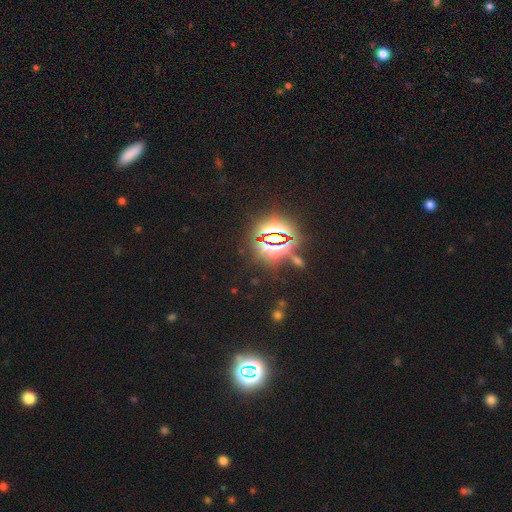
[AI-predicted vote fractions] A star or artifact, not a galaxy (82%).